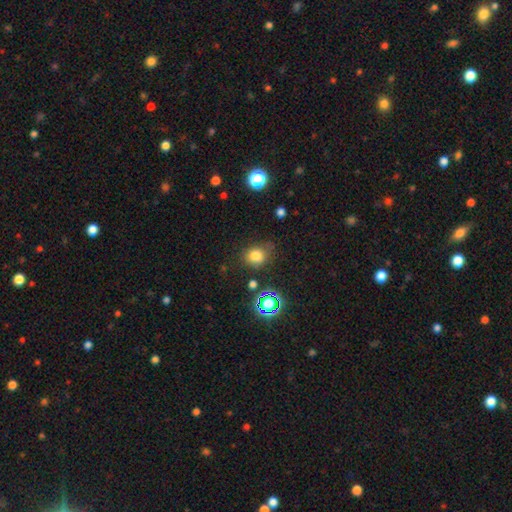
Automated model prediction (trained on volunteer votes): The model was most divided on "how rounded": round: 70%, in between: 29%, cigar-shaped: 1%. More confident: smooth or featured — smooth (76%); merging — none (67%).